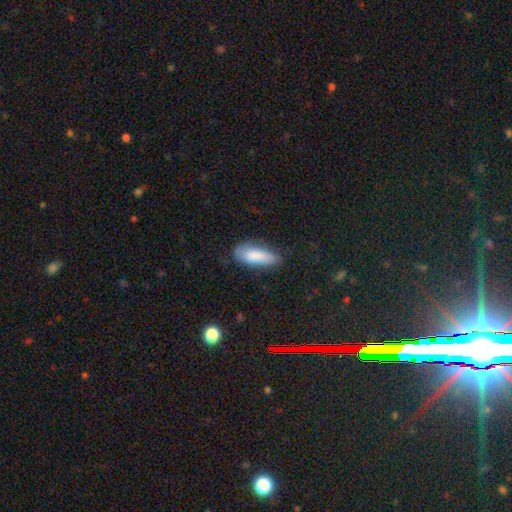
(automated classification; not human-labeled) A smooth galaxy with no disk features (84%) that is in between round and cigar-shaped (66%).

Vote fractions:
- Smooth or featured? smooth: 84% / featured or disk: 10% / star or artifact: 6%
- How rounded? in between: 66% / cigar-shaped: 32% / round: 2%
- Merging? none: 65% / minor disturbance: 26% / major disturbance: 7% / merger: 2%